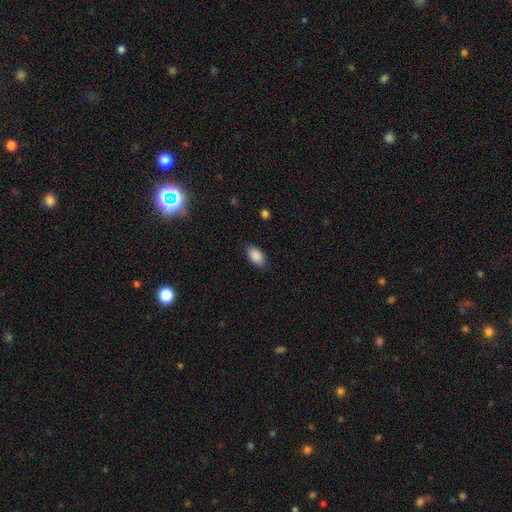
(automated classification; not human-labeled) A smooth galaxy with no disk features (89%) that is in between round and cigar-shaped (93%).

Vote fractions:
- Smooth or featured? smooth: 89% / star or artifact: 7% / featured or disk: 4%
- How rounded? in between: 93% / round: 4% / cigar-shaped: 3%
- Merging? none: 85% / minor disturbance: 11% / major disturbance: 3% / merger: 1%